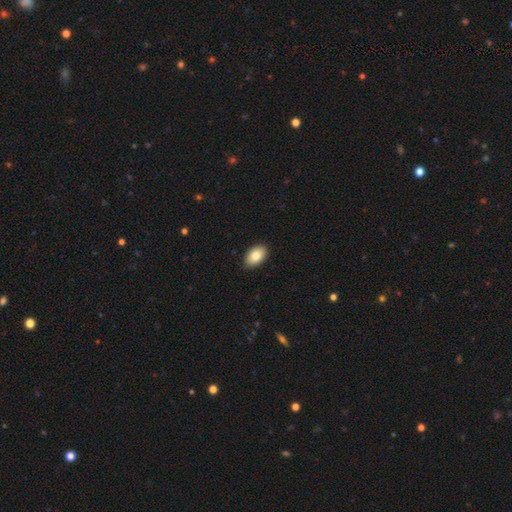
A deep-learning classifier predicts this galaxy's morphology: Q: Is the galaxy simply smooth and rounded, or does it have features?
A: smooth — 85%.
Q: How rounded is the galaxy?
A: in between — 93%.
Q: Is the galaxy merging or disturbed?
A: none — 89%.